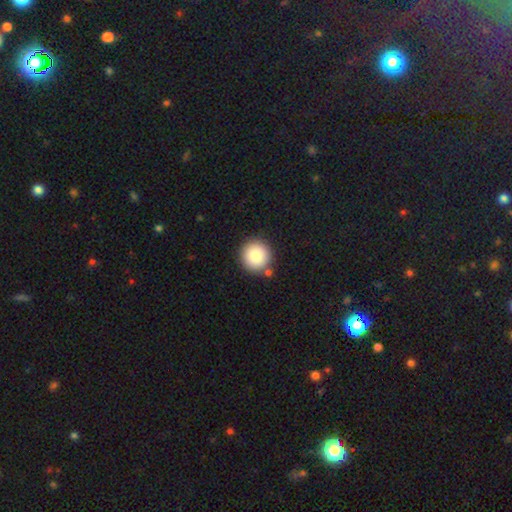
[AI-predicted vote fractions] This is clearly a smooth galaxy (87%). How rounded: clearly round (94%). Merging: clearly none (85%).